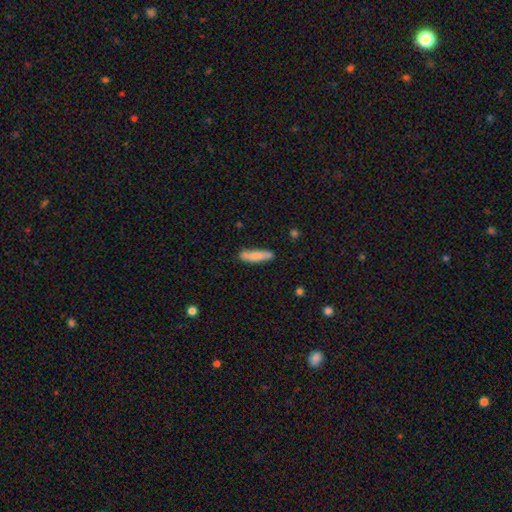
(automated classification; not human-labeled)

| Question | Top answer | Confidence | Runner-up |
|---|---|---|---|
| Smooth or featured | smooth | 79% | featured or disk (15%) |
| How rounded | cigar-shaped | 79% | in between (20%) |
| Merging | none | 78% | minor disturbance (15%) |